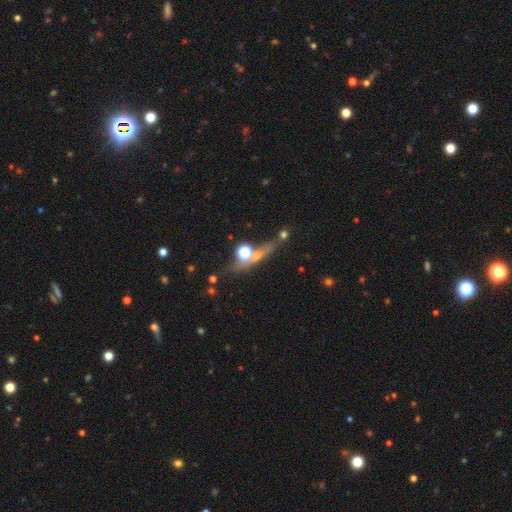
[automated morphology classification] Smooth or featured? smooth (37%, tied with featured or disk)
Merging? none (63%)